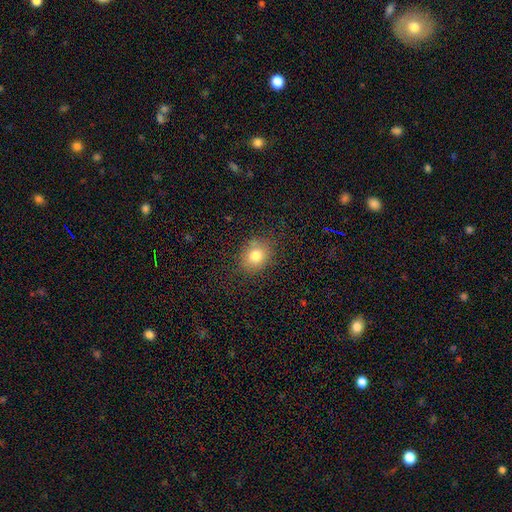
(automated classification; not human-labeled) Smooth or featured?
  - smooth: 79% *
  - star or artifact: 11%
  - featured or disk: 10%
How rounded?
  - round: 55% *
  - in between: 44%
  - cigar-shaped: 1%
Merging?
  - none: 80% *
  - minor disturbance: 14%
  - major disturbance: 5%
  - merger: 1%